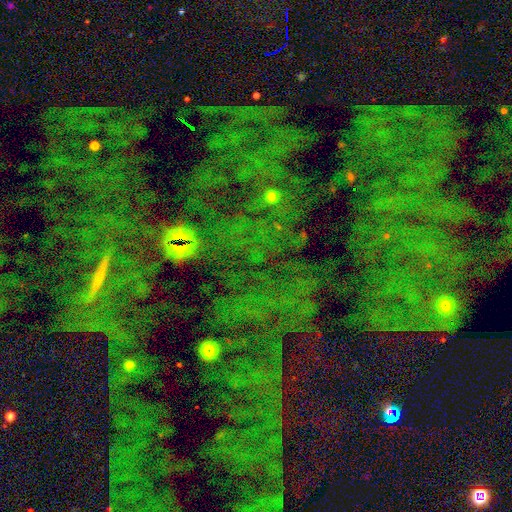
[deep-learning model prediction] Overall: star or artifact (75%).